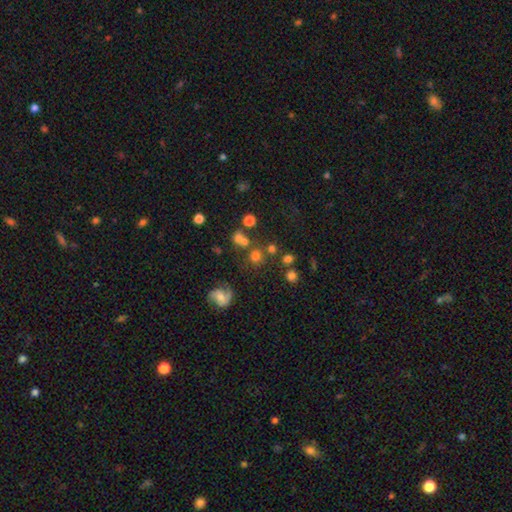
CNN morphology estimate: A smooth galaxy with no disk features (58%) that is round (88%).

Vote fractions:
- Smooth or featured? smooth: 58% / star or artifact: 22% / featured or disk: 20%
- How rounded? round: 88% / in between: 11% / cigar-shaped: 1%
- Merging? none: 63% / merger: 20% / minor disturbance: 11% / major disturbance: 6%